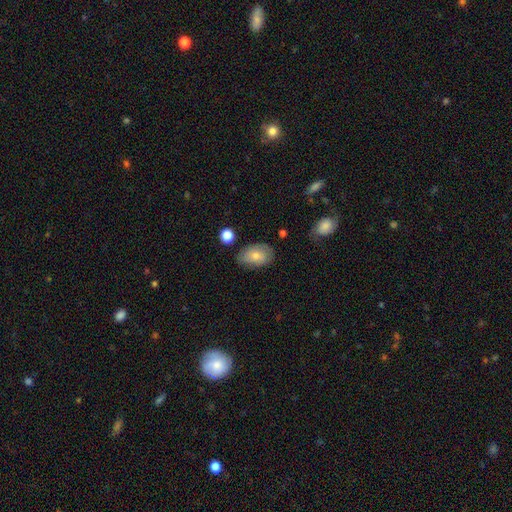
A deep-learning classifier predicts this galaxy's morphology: This appears to be a smooth galaxy with no disk features (72%) that is in between round and cigar-shaped (88%). Merging: none (69%).